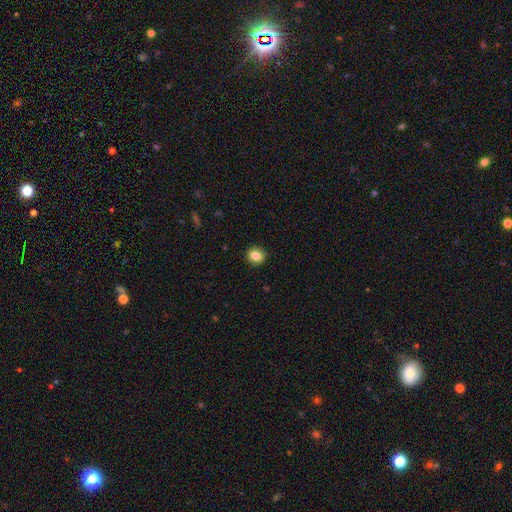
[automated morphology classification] This is clearly a smooth galaxy (85%). How rounded: likely round (70%). Merging: clearly none (91%).